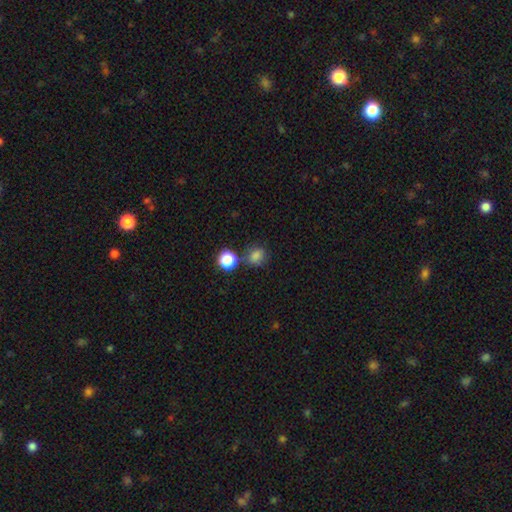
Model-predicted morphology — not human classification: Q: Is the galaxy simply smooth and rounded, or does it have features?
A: smooth — 77%.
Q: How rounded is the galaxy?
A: round — 75%.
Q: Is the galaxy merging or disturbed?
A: none — 62%.